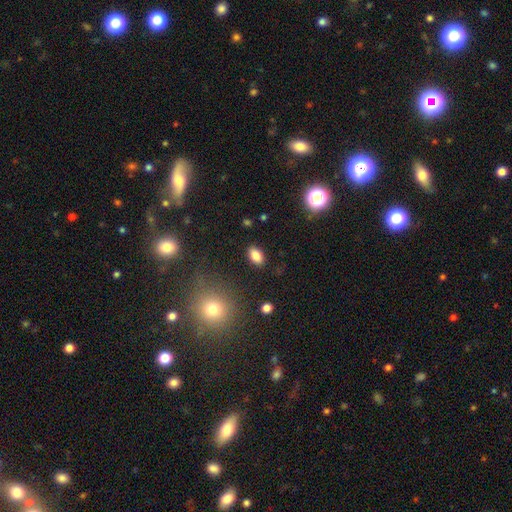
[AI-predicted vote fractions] Smooth or featured? Predicted: smooth (p=0.83). How rounded? Predicted: in between (p=0.89). Merging? Predicted: none (p=0.88).